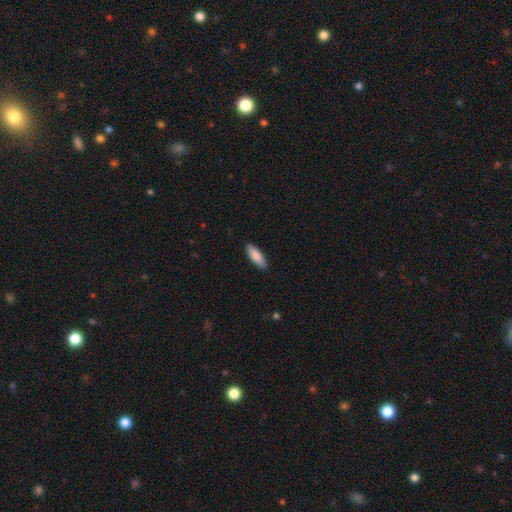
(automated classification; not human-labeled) Morphology: type=smooth (84%); roundness=in between (55%); merging=none (87%).